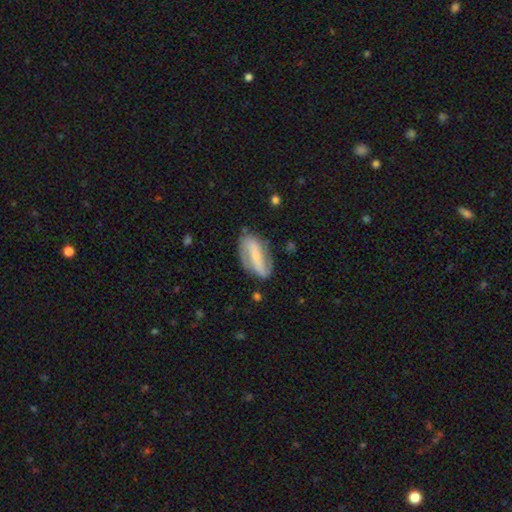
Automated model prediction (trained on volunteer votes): Smooth or featured? Predicted: featured or disk (p=0.72). Edge-on disk? Predicted: no (p=0.89). Bar? Predicted: strong (p=0.63). Spiral arms? Predicted: yes (p=0.82). Spiral winding? Predicted: loose (p=0.45). Spiral arm count? Predicted: 2 (p=0.87). Bulge size? Predicted: small (p=0.60). Merging? Predicted: none (p=0.77).